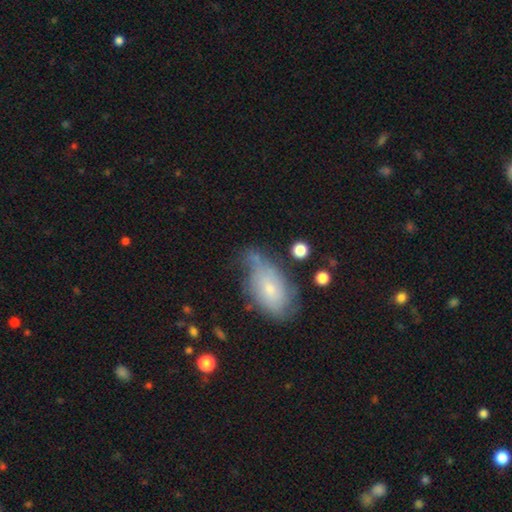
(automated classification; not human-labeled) smooth_or_featured: featured or disk (p=0.42) [alt: smooth p=0.38]
merging: none (p=0.58) [alt: minor disturbance p=0.28]